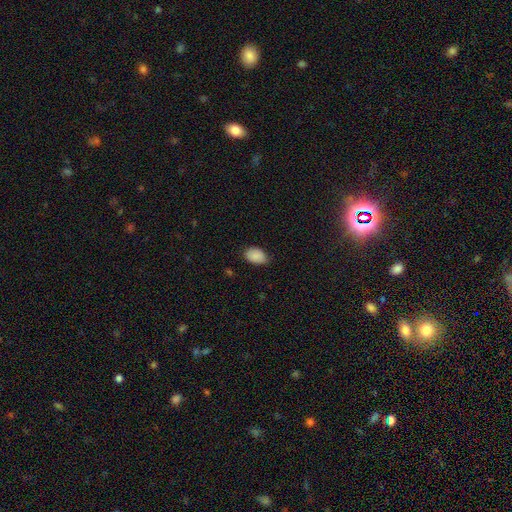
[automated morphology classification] This appears to be a smooth galaxy with no disk features (89%) that is in between round and cigar-shaped (85%). Merging: none (74%).